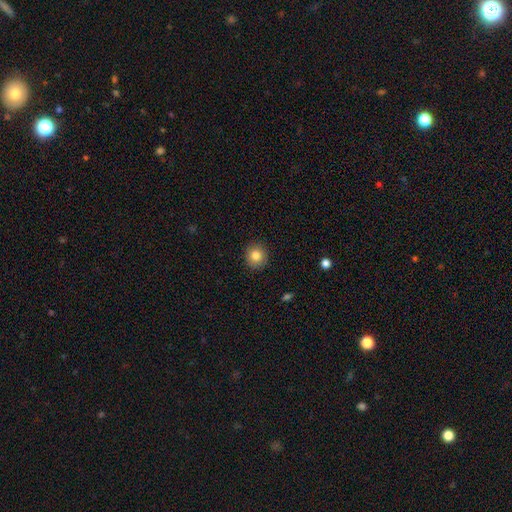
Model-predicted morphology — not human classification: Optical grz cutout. It shows a smooth galaxy with no disk features (84%) that is round (90%). Merging: none (91%).